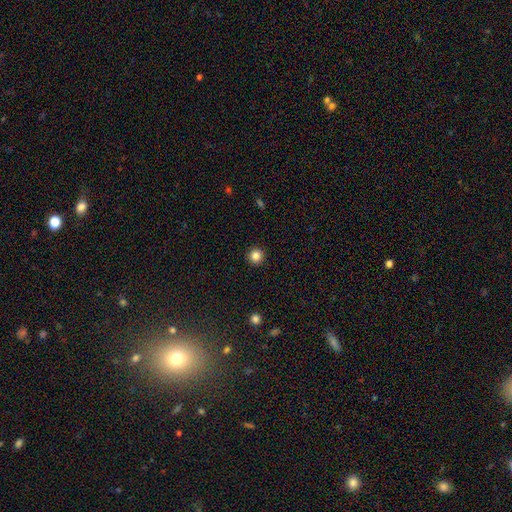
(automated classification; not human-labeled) smooth_or_featured: smooth (p=0.84) [alt: star or artifact p=0.11]
how_rounded: round (p=0.95) [alt: in between p=0.04]
merging: none (p=0.93) [alt: minor disturbance p=0.04]